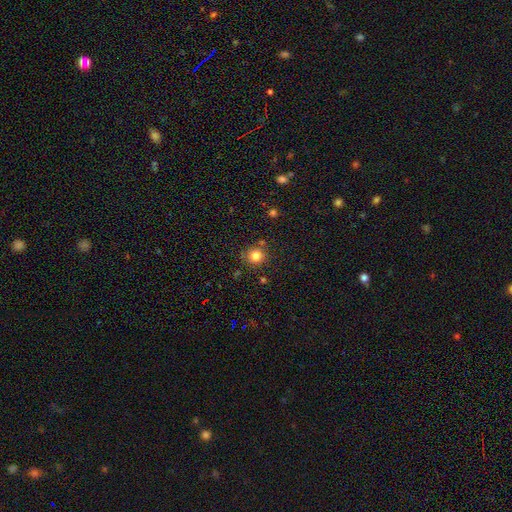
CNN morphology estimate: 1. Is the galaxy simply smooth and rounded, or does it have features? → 81% smooth, 13% star or artifact, 6% featured or disk.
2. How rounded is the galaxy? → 90% round, 9% in between, 1% cigar-shaped.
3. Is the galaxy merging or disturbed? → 81% none, 10% minor disturbance, 6% merger, 3% major disturbance.